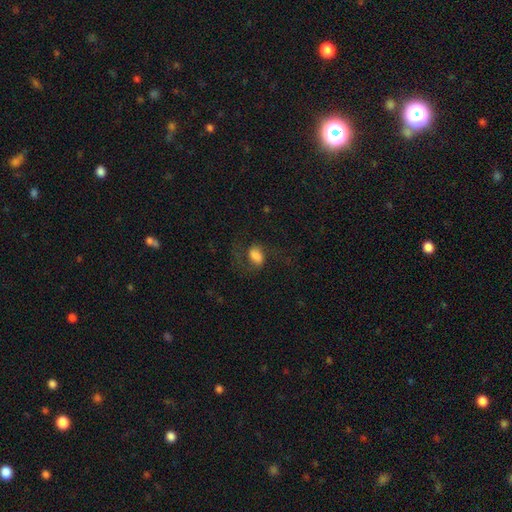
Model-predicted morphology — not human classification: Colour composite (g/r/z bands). It shows a smooth galaxy with no disk features (50%) that is in between round and cigar-shaped (81%). Merging: none (52%).